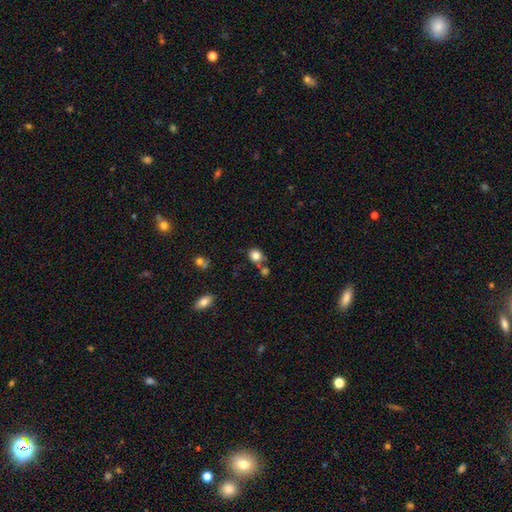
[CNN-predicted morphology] smooth_or_featured: smooth (p=0.82) [alt: star or artifact p=0.11]
how_rounded: round (p=0.65) [alt: in between p=0.34]
merging: none (p=0.60) [alt: merger p=0.21]